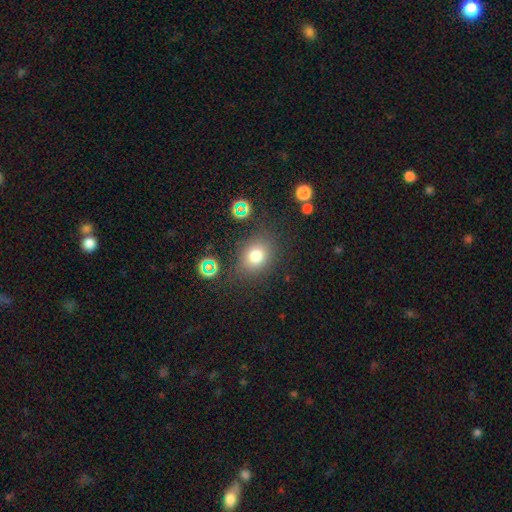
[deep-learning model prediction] Smooth or featured? Predicted: smooth (p=0.76). How rounded? Predicted: round (p=0.55). Merging? Predicted: none (p=0.77).